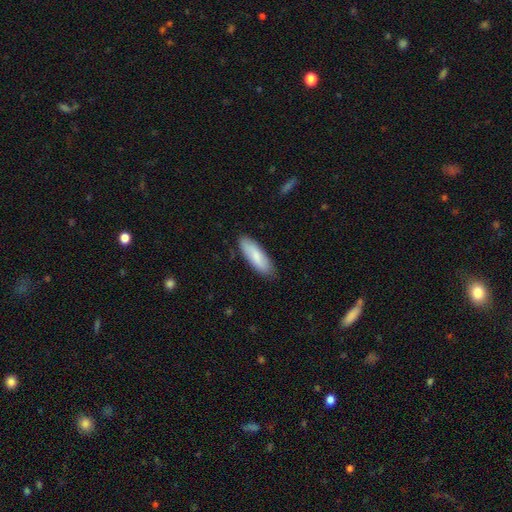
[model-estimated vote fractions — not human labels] A smooth galaxy with no disk features (80%) that is in between round and cigar-shaped (55%).

Vote fractions:
- Smooth or featured? smooth: 80% / featured or disk: 15% / star or artifact: 5%
- How rounded? in between: 55% / cigar-shaped: 44% / round: 1%
- Merging? none: 84% / minor disturbance: 13% / major disturbance: 2% / merger: 1%